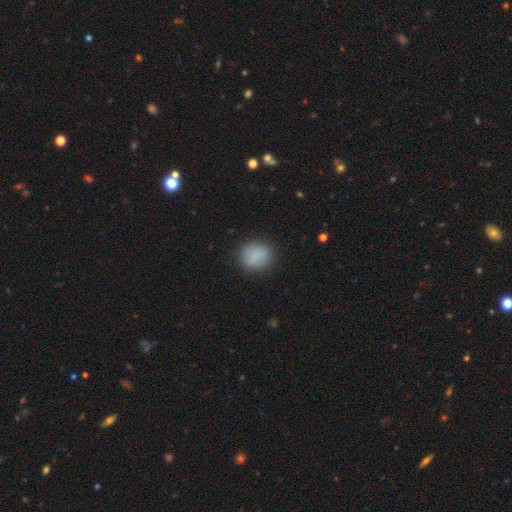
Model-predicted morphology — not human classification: Smooth or featured? smooth (83%)
How rounded? round (74%)
Merging? none (82%)